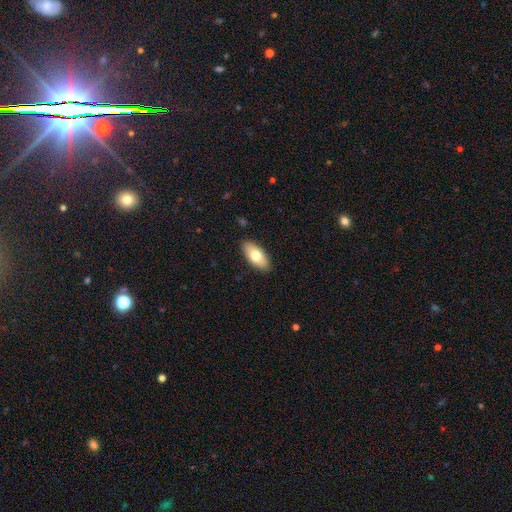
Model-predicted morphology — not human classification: Overall: smooth (73%). How rounded: in between (90%). Merging: none (88%).